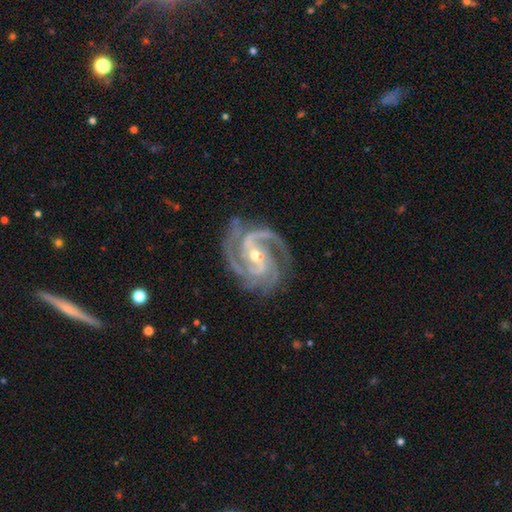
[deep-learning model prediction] A featured or disk galaxy (94%) with a weak bar (43%), 3 (50%) tight (49%) spiral arms (99%) and a moderate central bulge (52%).

Vote fractions:
- Smooth or featured? featured or disk: 94% / star or artifact: 4% / smooth: 2%
- Edge-on disk? no: 98% / yes: 2%
- Bar? weak: 43% / strong: 34% / no: 23%
- Spiral arms? yes: 99% / no: 1%
- Spiral winding? tight: 49% / medium: 46% / loose: 6%
- Spiral arm count? 3: 50% / 2: 26% / 4: 11% / can't tell: 6% / more than 4: 4% / 1: 4%
- Bulge size? moderate: 52% / small: 44% / large: 2% / none: 1% / dominant: 1%
- Merging? none: 75% / minor disturbance: 17% / major disturbance: 7% / merger: 2%